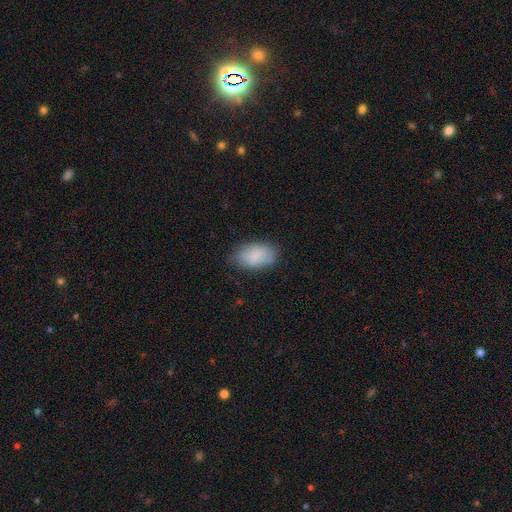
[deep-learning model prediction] The model was most divided on "merging": none: 75%, minor disturbance: 20%, major disturbance: 4%, merger: 1%. More confident: how rounded — in between (92%); smooth or featured — smooth (86%).